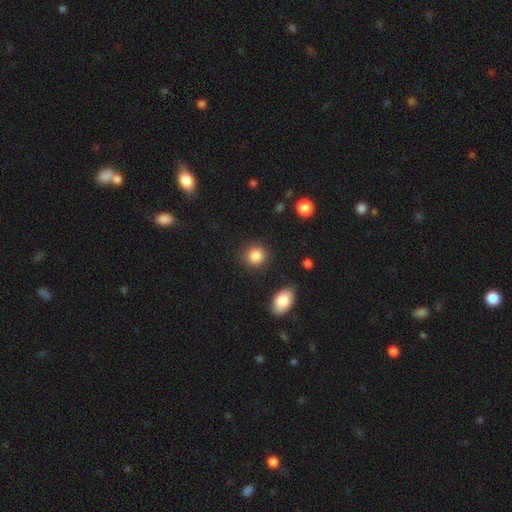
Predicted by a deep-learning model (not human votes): smooth_or_featured: smooth (p=0.87) [alt: star or artifact p=0.09]
how_rounded: round (p=0.84) [alt: in between p=0.14]
merging: none (p=0.88) [alt: minor disturbance p=0.07]